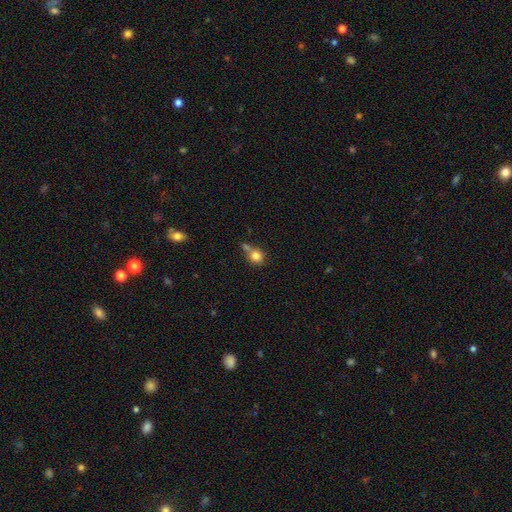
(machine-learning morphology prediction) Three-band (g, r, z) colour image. It shows a smooth galaxy with no disk features (81%) that is round (85%). Merging: none (48%).